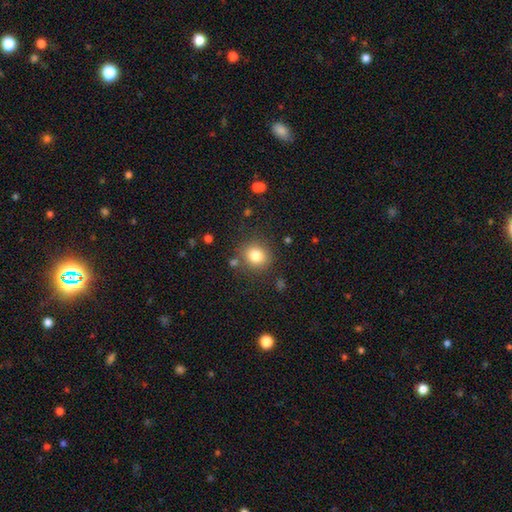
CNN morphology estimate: A smooth galaxy with no disk features (80%) that is round (84%).

Vote fractions:
- Smooth or featured? smooth: 80% / star or artifact: 12% / featured or disk: 8%
- How rounded? round: 84% / in between: 15% / cigar-shaped: 1%
- Merging? none: 83% / minor disturbance: 9% / merger: 4% / major disturbance: 4%